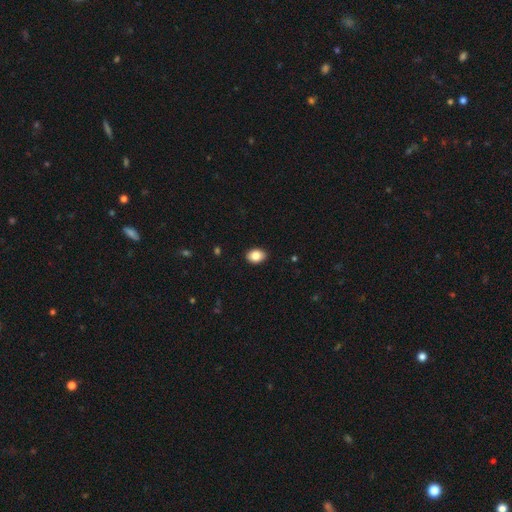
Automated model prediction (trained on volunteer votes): Smooth or featured?
  - smooth: 86% *
  - star or artifact: 8%
  - featured or disk: 6%
How rounded?
  - in between: 75% *
  - round: 24%
  - cigar-shaped: 1%
Merging?
  - none: 90% *
  - minor disturbance: 8%
  - major disturbance: 2%
  - merger: 1%